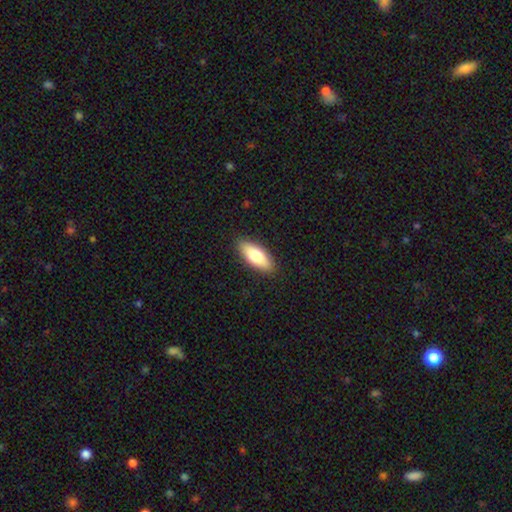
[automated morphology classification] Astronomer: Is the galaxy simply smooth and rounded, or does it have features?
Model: smooth — 74%.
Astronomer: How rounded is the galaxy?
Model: in between — 73%.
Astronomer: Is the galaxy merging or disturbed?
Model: none — 89%.